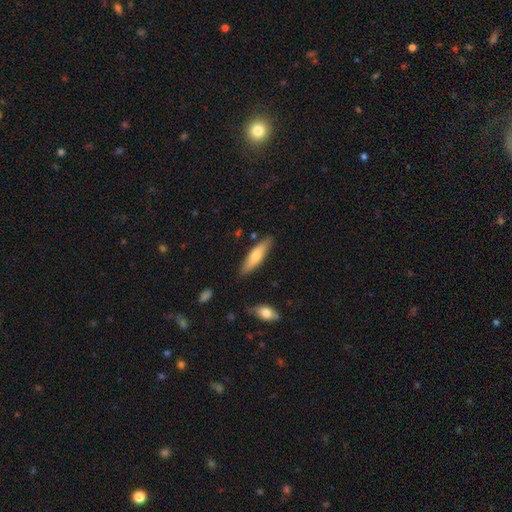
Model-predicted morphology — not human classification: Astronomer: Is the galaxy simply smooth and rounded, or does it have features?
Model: smooth — 68%.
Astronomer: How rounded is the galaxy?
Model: cigar-shaped — 67%.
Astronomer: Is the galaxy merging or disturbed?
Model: none — 83%.